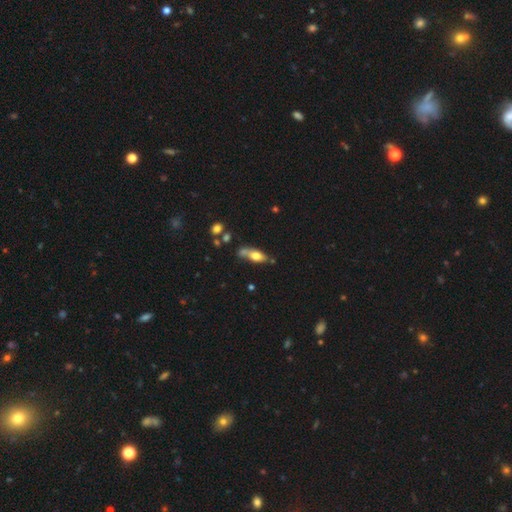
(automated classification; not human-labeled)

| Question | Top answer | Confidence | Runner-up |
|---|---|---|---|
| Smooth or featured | smooth | 62% | featured or disk (30%) |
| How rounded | in between | 67% | cigar-shaped (29%) |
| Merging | none | 50% | minor disturbance (21%) |